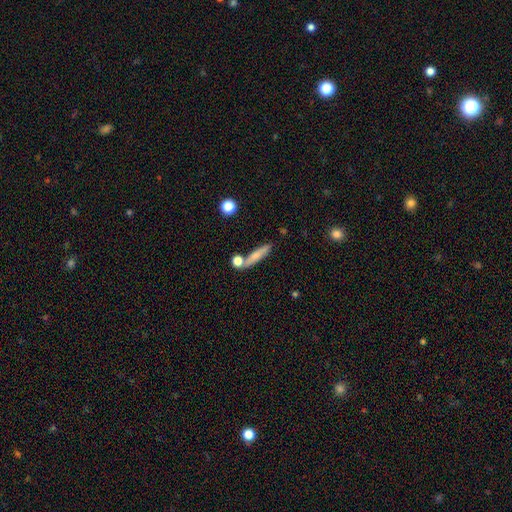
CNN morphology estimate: Smooth or featured?
  - smooth: 68% *
  - featured or disk: 24%
  - star or artifact: 8%
How rounded?
  - cigar-shaped: 83% *
  - in between: 12%
  - round: 4%
Merging?
  - none: 71% *
  - merger: 13%
  - minor disturbance: 12%
  - major disturbance: 3%